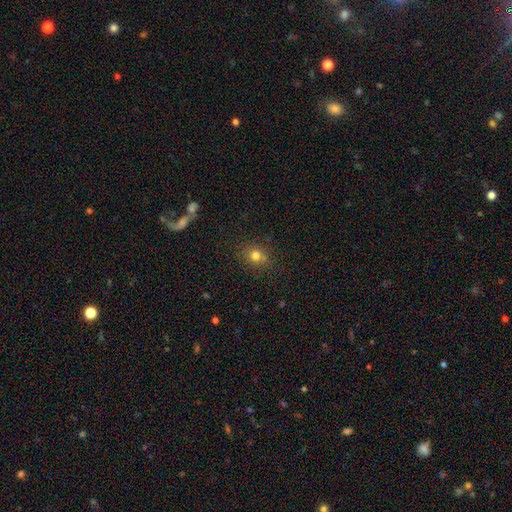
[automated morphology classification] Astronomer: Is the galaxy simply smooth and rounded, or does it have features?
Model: smooth — 76%.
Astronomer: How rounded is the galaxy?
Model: round — 73%.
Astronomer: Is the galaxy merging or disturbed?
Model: none — 78%.